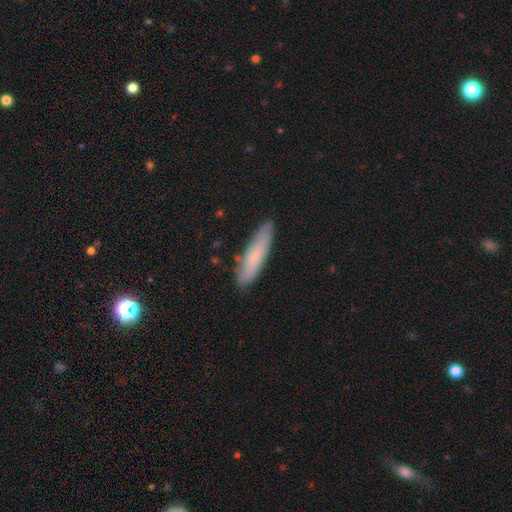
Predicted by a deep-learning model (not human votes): Q: Smooth or featured?
A: smooth (67%); runner-up: featured or disk (26%)
Q: How rounded?
A: cigar-shaped (78%); runner-up: in between (21%)
Q: Merging?
A: none (85%); runner-up: minor disturbance (12%)